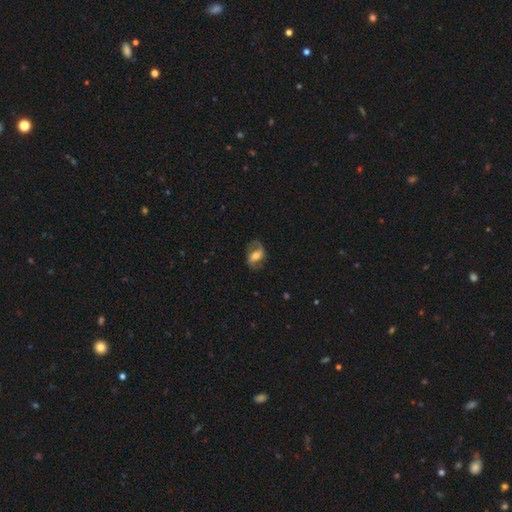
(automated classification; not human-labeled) A featured or disk galaxy (64%) with a weak bar (39%), 2 (77%) loose (46%) spiral arms (84%) and a moderate central bulge (60%).

Vote fractions:
- Smooth or featured? featured or disk: 64% / smooth: 29% / star or artifact: 7%
- Edge-on disk? no: 95% / yes: 5%
- Bar? weak: 39% / strong: 32% / no: 29%
- Spiral arms? yes: 84% / no: 16%
- Spiral winding? loose: 46% / medium: 39% / tight: 15%
- Spiral arm count? 2: 77% / 1: 14% / can't tell: 7% / 3: 1% / 4: 1% / more than 4: 1%
- Bulge size? moderate: 60% / small: 24% / large: 12% / none: 3% / dominant: 2%
- Merging? none: 65% / minor disturbance: 20% / major disturbance: 13% / merger: 1%